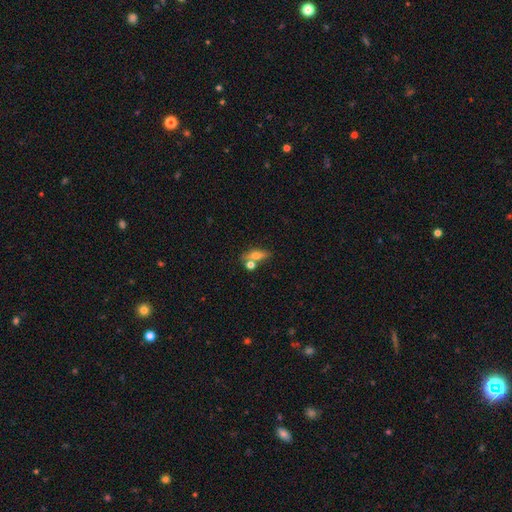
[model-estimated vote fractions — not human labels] Overall: smooth (63%; featured or disk 27%). How rounded: in between (62%; cigar-shaped 27%). Merging: none (54%; merger 28%).